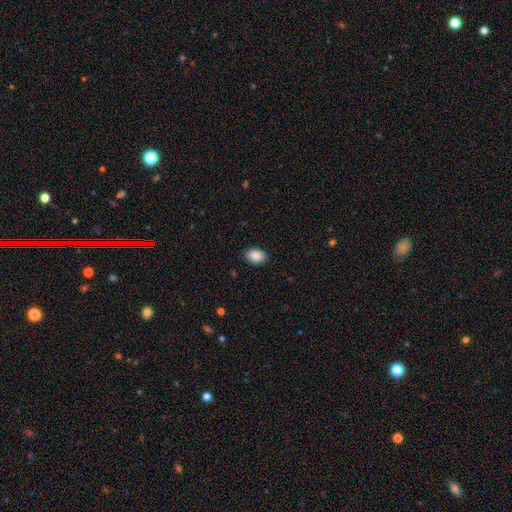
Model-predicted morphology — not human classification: smooth-or-featured: smooth: 88% | star or artifact: 7% | featured or disk: 4%
  how-rounded: in between: 81% | round: 18% | cigar-shaped: 1%
  merging: none: 89% | minor disturbance: 8% | major disturbance: 2% | merger: 1%